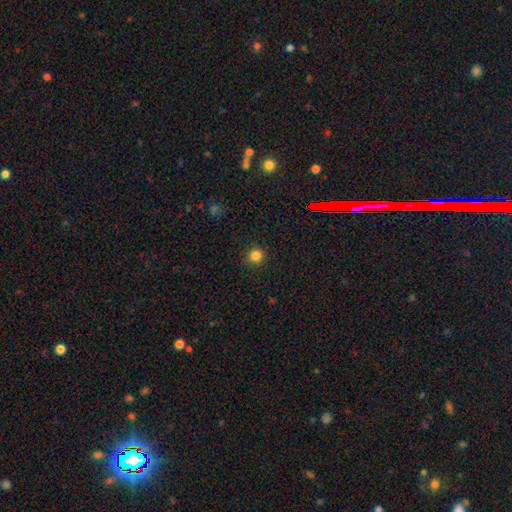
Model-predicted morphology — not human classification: smooth 83%, star or artifact 13%, featured or disk 4%. Down the decision tree: how rounded — round (91%); merging — none (89%).